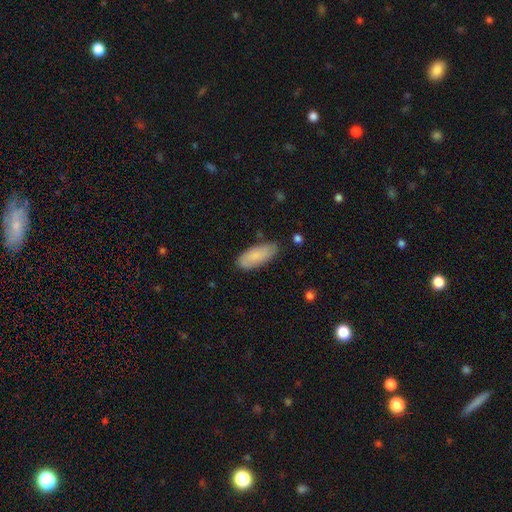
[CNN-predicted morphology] Smooth or featured?
  - smooth: 80% *
  - featured or disk: 14%
  - star or artifact: 6%
How rounded?
  - in between: 83% *
  - cigar-shaped: 15%
  - round: 2%
Merging?
  - none: 77% *
  - minor disturbance: 18%
  - major disturbance: 3%
  - merger: 2%